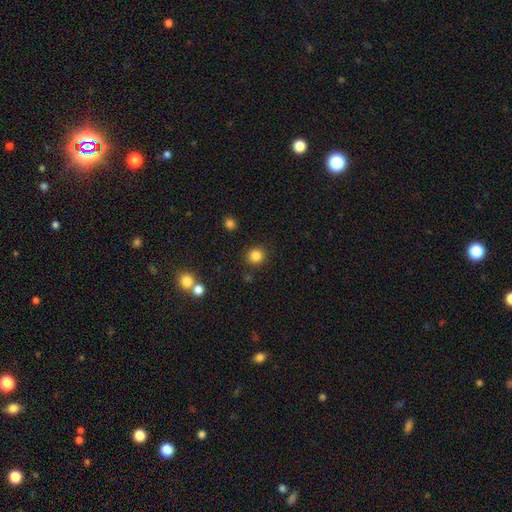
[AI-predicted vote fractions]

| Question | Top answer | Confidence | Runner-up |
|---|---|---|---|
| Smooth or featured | smooth | 85% | star or artifact (11%) |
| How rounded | round | 91% | in between (8%) |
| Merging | none | 88% | minor disturbance (7%) |